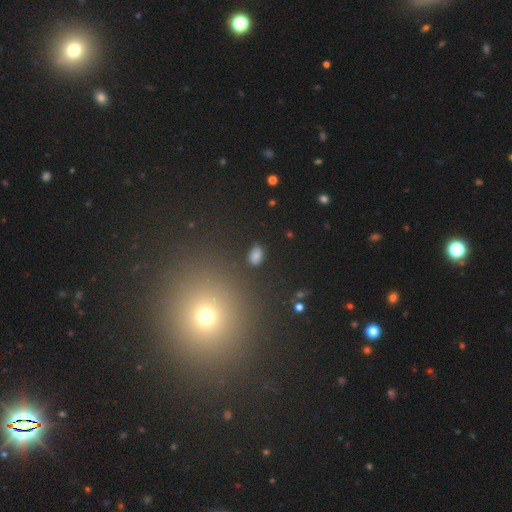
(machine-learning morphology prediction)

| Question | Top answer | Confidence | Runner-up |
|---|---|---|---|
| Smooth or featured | smooth | 68% | star or artifact (25%) |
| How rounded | in between | 70% | round (26%) |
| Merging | none | 87% | minor disturbance (7%) |